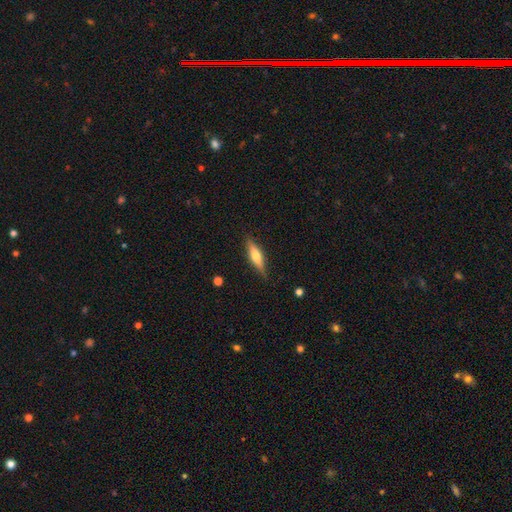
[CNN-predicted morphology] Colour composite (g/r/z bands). It shows a smooth galaxy with no disk features (48%). Merging: none (85%).